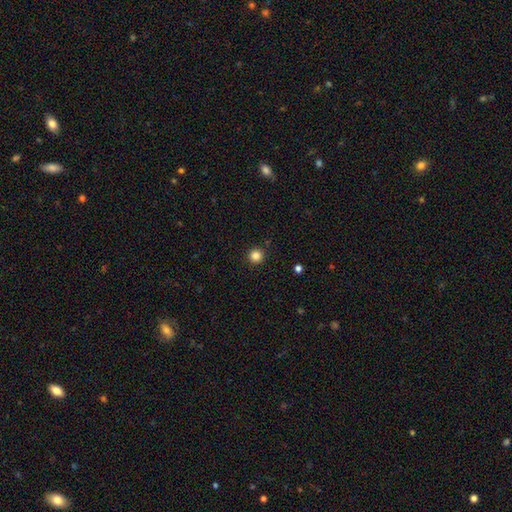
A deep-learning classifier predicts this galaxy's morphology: smooth-or-featured: smooth: 84% | star or artifact: 12% | featured or disk: 4%
  how-rounded: round: 96% | in between: 3% | cigar-shaped: 1%
  merging: none: 92% | minor disturbance: 5% | major disturbance: 2% | merger: 1%